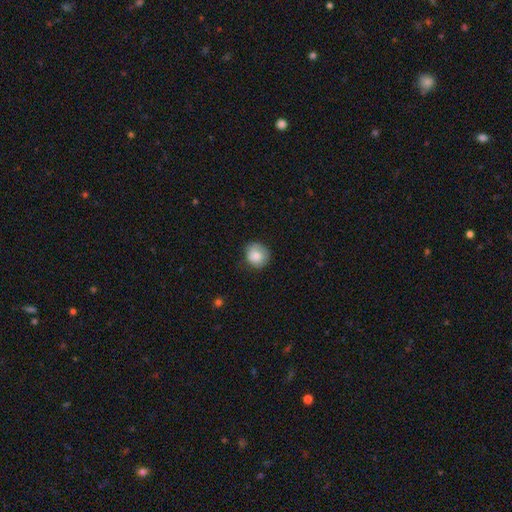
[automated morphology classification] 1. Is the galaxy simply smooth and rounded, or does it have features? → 81% smooth, 12% featured or disk, 8% star or artifact.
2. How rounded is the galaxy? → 83% round, 16% in between, 1% cigar-shaped.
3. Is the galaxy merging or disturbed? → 73% none, 22% minor disturbance, 5% major disturbance, 1% merger.